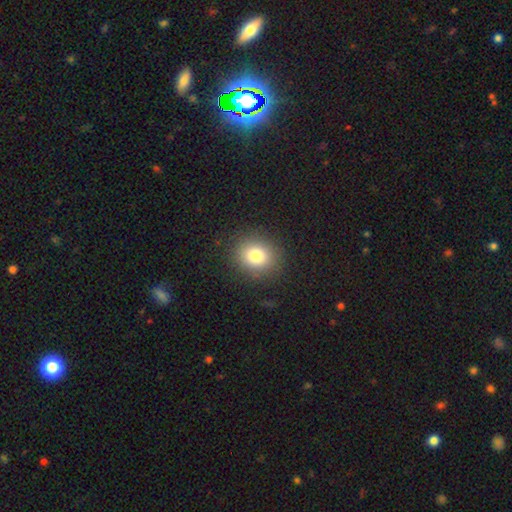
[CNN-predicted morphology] This is clearly a smooth galaxy (81%). How rounded: likely round (73%). Merging: clearly none (88%).